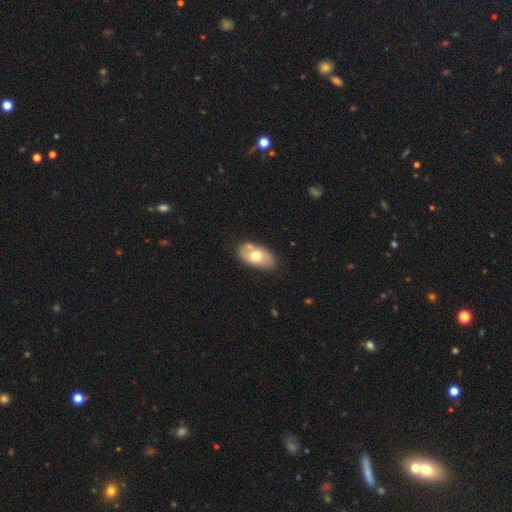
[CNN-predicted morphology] Q: Smooth or featured?
A: smooth (66%); runner-up: featured or disk (27%)
Q: How rounded?
A: in between (93%); runner-up: round (5%)
Q: Merging?
A: none (73%); runner-up: minor disturbance (16%)